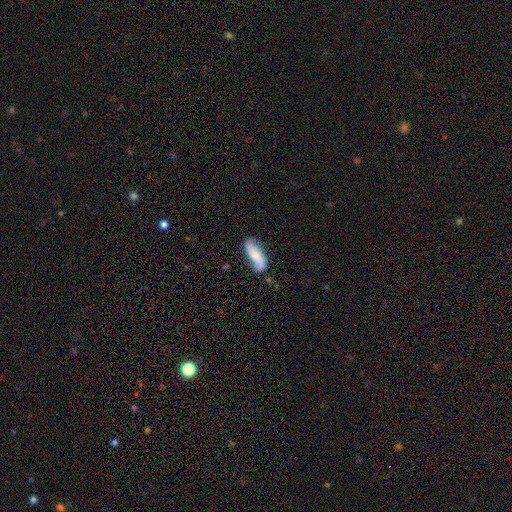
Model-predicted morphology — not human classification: type=smooth (51%); roundness=in between (68%); merging=none (75%).